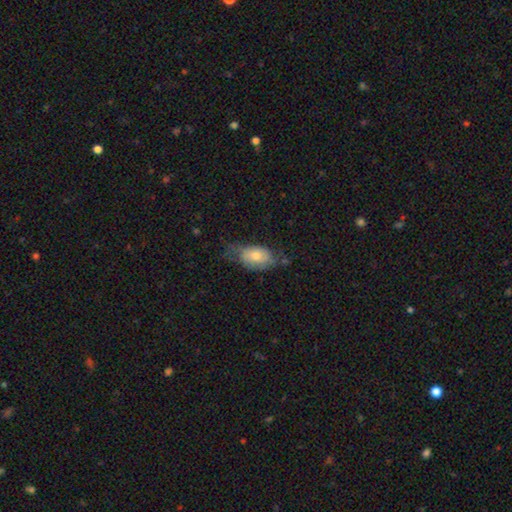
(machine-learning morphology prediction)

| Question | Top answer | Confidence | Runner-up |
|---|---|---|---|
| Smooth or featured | smooth | 64% | featured or disk (29%) |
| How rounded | in between | 89% | round (8%) |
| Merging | none | 41% | minor disturbance (37%) |